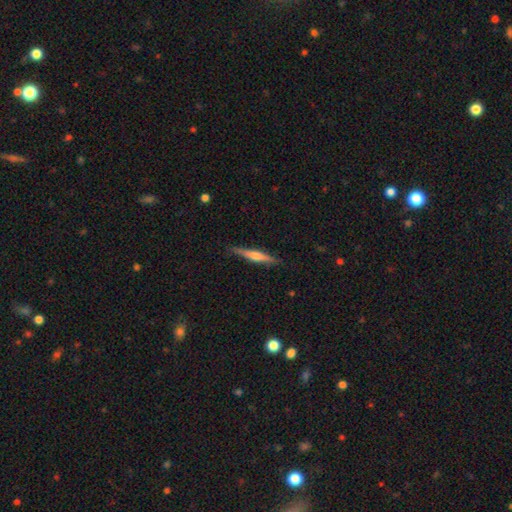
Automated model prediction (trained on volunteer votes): This appears to be a featured or disk galaxy (57%) viewed edge-on (97%) with a rounded central bulge (77%). Merging: none (87%).